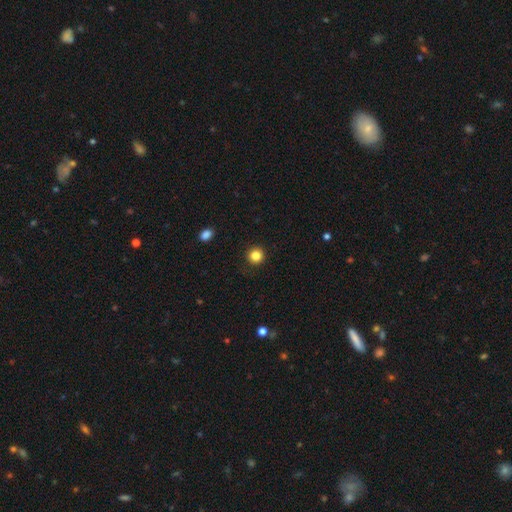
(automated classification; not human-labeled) Smooth or featured? Predicted: smooth (p=0.85). How rounded? Predicted: round (p=0.94). Merging? Predicted: none (p=0.91).